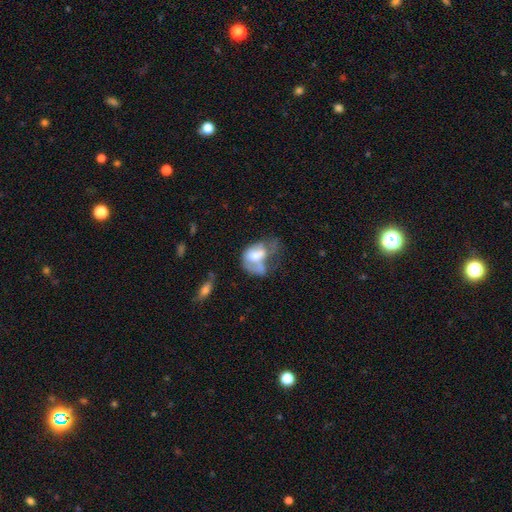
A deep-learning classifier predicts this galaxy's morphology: Smooth or featured? smooth (52%)
How rounded? in between (74%)
Merging? major disturbance (40%)